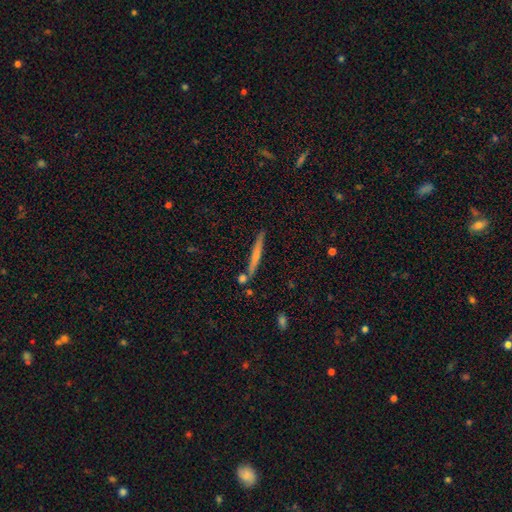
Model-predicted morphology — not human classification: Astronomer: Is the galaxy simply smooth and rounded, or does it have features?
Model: smooth — 50% (runner-up: featured or disk, 43%).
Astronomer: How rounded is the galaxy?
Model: cigar-shaped — 96%.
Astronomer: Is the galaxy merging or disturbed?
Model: none — 83%.